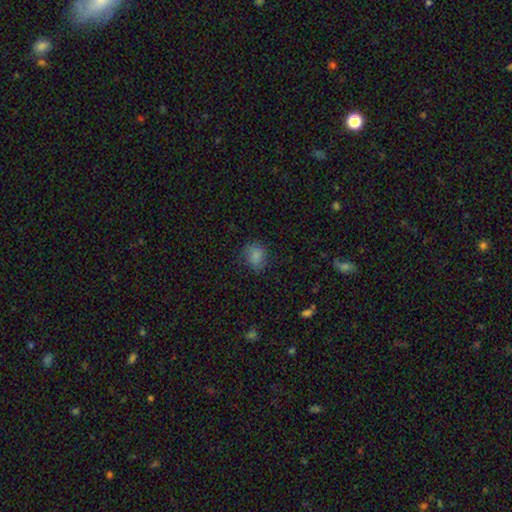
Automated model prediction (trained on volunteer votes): Overall: smooth (80%). How rounded: round (57%; in between 42%). Merging: none (71%).